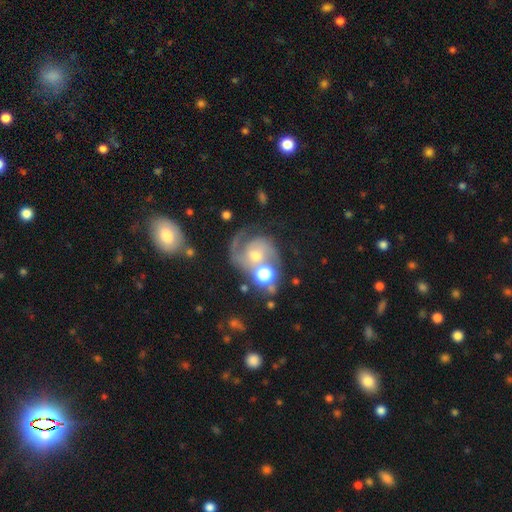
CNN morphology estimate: Q: Smooth or featured?
A: featured or disk (80%); runner-up: smooth (12%)
Q: Edge-on disk?
A: no (98%); runner-up: yes (2%)
Q: Bar?
A: no (66%); runner-up: weak (27%)
Q: Spiral arms?
A: yes (93%); runner-up: no (7%)
Q: Spiral winding?
A: medium (47%); runner-up: tight (32%)
Q: Spiral arm count?
A: 2 (56%); runner-up: 1 (31%)
Q: Bulge size?
A: moderate (55%); runner-up: small (33%)
Q: Merging?
A: none (44%); runner-up: merger (22%)